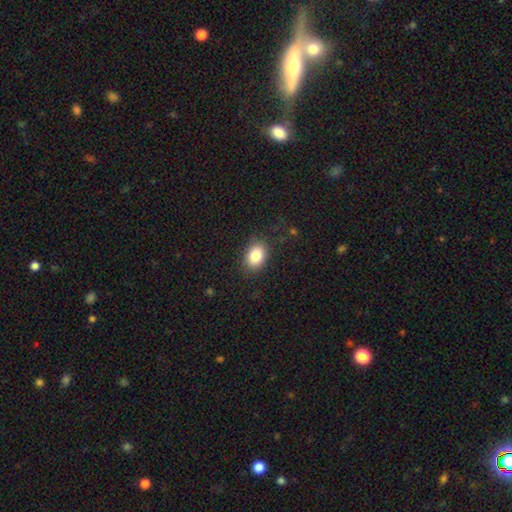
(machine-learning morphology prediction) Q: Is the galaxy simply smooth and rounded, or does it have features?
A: smooth — 84%.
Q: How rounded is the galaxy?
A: in between — 79%.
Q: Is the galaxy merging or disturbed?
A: none — 83%.